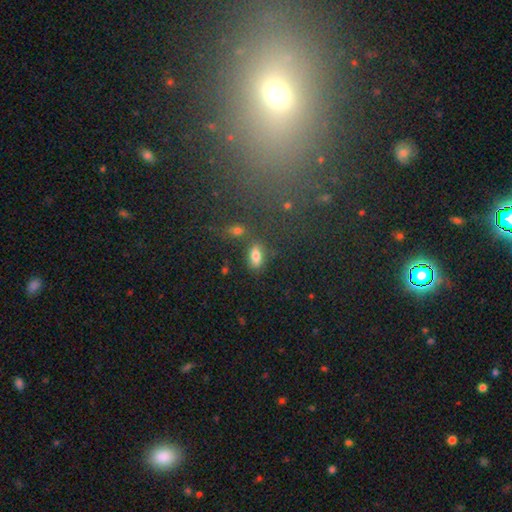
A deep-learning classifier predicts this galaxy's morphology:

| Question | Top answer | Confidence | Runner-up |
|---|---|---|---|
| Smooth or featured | smooth | 77% | star or artifact (12%) |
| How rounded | in between | 87% | cigar-shaped (7%) |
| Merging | none | 73% | minor disturbance (14%) |